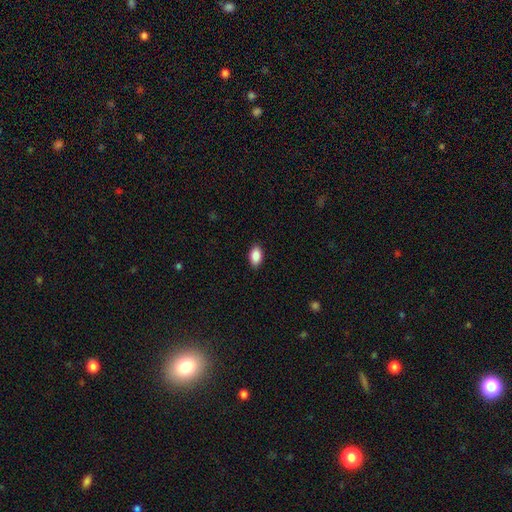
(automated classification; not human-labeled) Smooth or featured: smooth — 89% (star or artifact — 7%)
How rounded: in between — 92% (round — 6%)
Merging: none — 88% (minor disturbance — 9%)